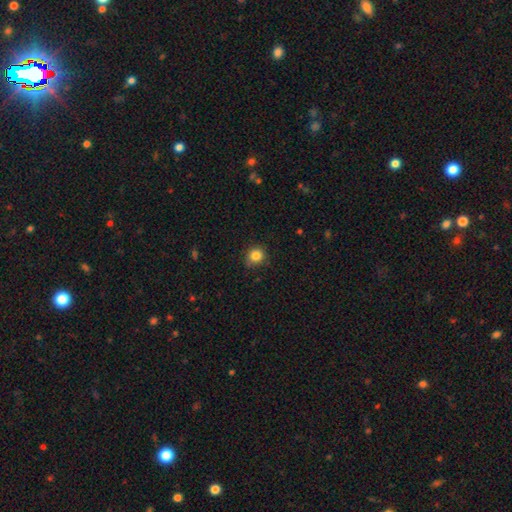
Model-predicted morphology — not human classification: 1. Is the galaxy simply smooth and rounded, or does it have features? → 84% smooth, 11% star or artifact, 5% featured or disk.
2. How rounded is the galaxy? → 85% round, 14% in between, 1% cigar-shaped.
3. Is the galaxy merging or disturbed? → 83% none, 13% minor disturbance, 2% major disturbance, 1% merger.